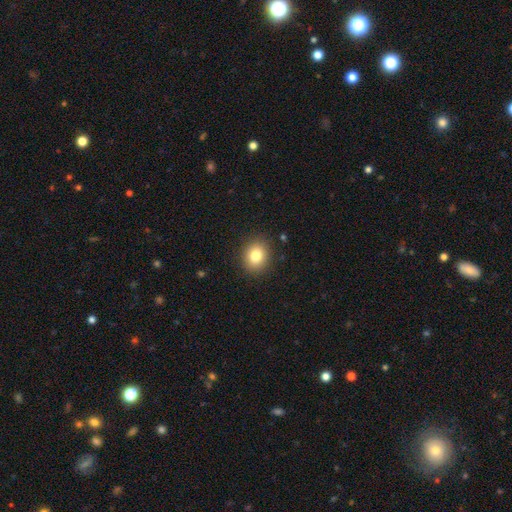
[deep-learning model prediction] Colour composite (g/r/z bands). It shows a smooth galaxy with no disk features (81%) that is round (59%). Merging: none (89%).